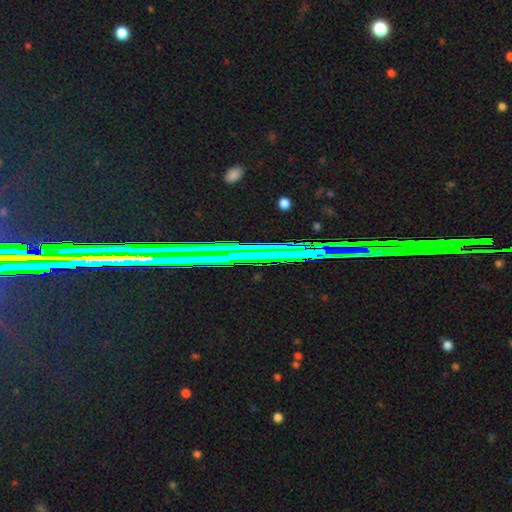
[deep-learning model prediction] A star or artifact, not a galaxy (77%).